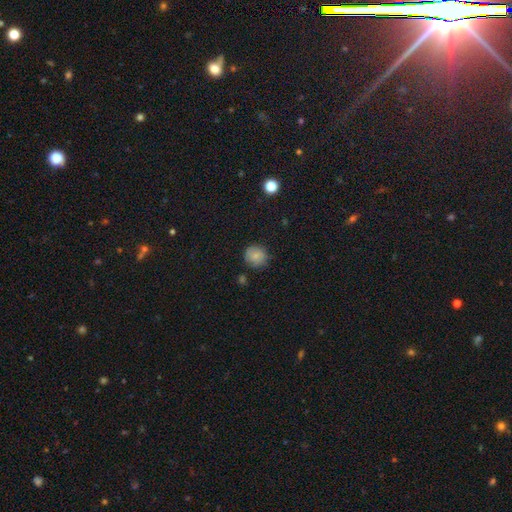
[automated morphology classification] This is likely a smooth galaxy (78%). How rounded: clearly round (89%). Merging: likely none (79%).